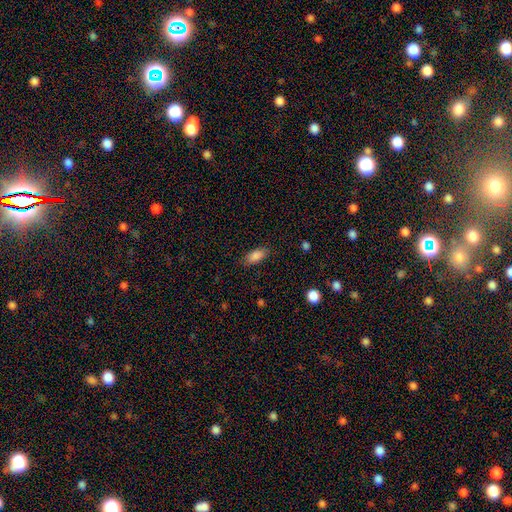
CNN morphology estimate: Smooth or featured? Predicted: smooth (p=0.87). How rounded? Predicted: in between (p=0.87). Merging? Predicted: none (p=0.84).